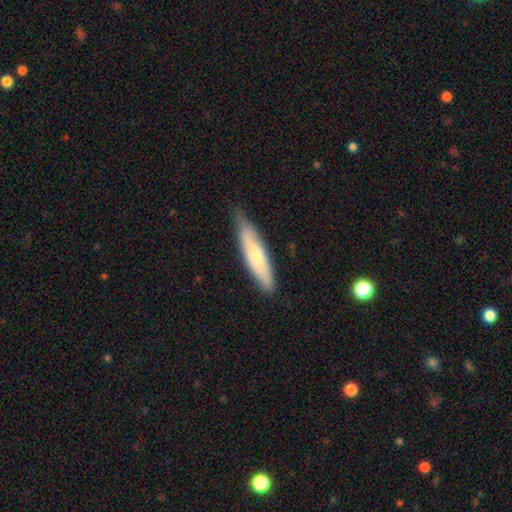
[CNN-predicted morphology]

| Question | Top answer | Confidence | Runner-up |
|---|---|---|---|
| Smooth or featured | smooth | 57% | featured or disk (35%) |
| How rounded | cigar-shaped | 85% | in between (14%) |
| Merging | none | 85% | minor disturbance (12%) |